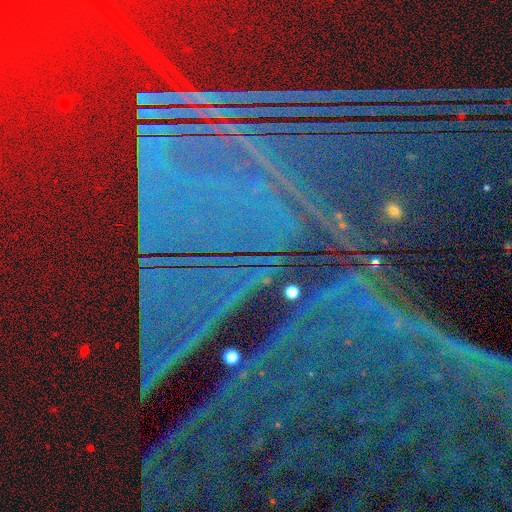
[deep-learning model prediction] smooth-or-featured: star or artifact: 90% | featured or disk: 6% | smooth: 5%